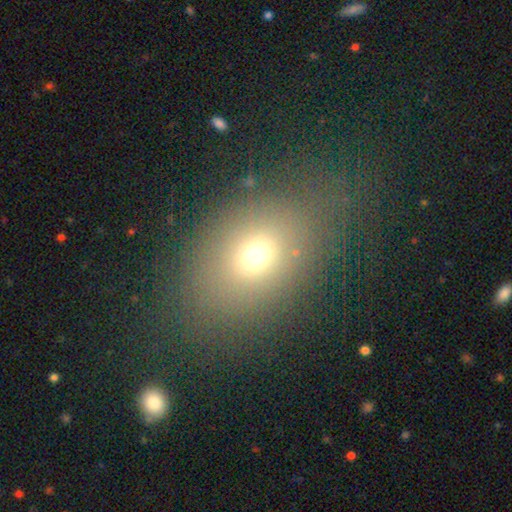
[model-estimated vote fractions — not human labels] Overall: smooth (67%). How rounded: in between (71%). Merging: none (68%).